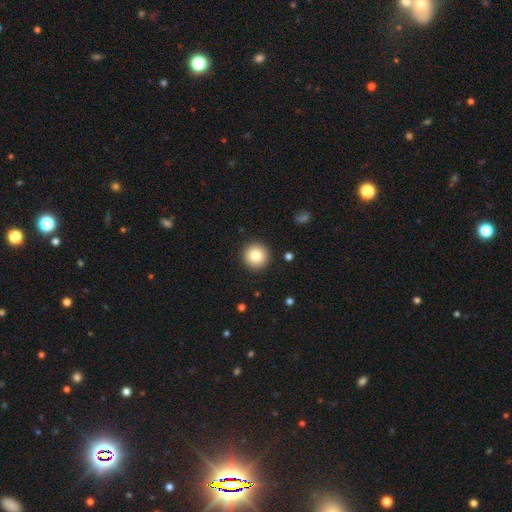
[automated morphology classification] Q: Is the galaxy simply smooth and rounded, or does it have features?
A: smooth — 82%.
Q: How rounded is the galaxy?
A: round — 96%.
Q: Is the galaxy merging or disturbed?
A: none — 92%.